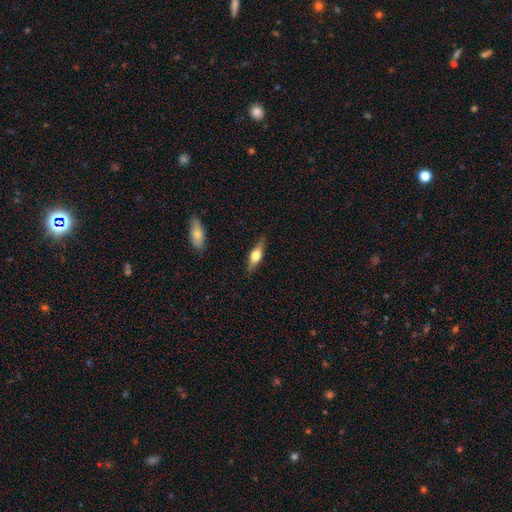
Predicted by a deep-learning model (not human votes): Smooth or featured?
  - featured or disk: 52% *
  - smooth: 42%
  - star or artifact: 6%
Edge-on disk?
  - yes: 92% *
  - no: 8%
Merging?
  - none: 84% *
  - minor disturbance: 12%
  - major disturbance: 3%
  - merger: 2%